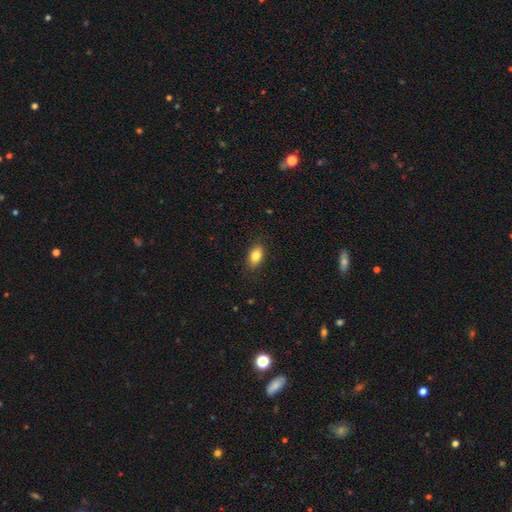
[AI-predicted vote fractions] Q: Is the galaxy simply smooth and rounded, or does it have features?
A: smooth — 84%.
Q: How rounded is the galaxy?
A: in between — 89%.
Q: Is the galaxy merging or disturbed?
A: none — 87%.